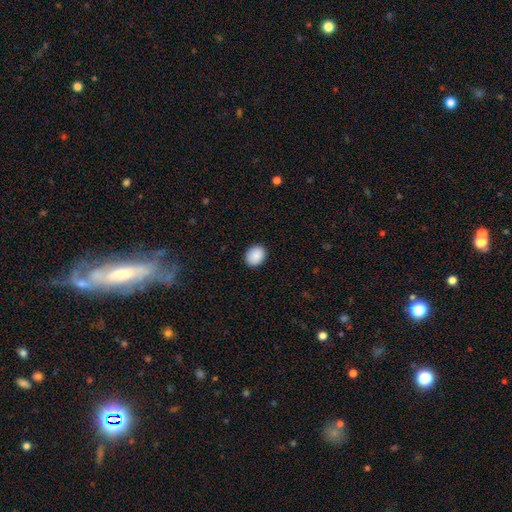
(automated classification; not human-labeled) Smooth or featured: smooth — 90% (star or artifact — 7%)
How rounded: in between — 54% (round — 45%)
Merging: none — 90% (minor disturbance — 7%)